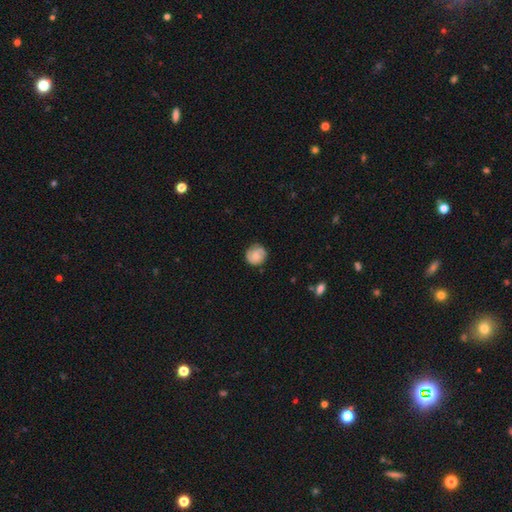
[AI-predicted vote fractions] This appears to be a smooth galaxy with no disk features (48%). Merging: none (76%).